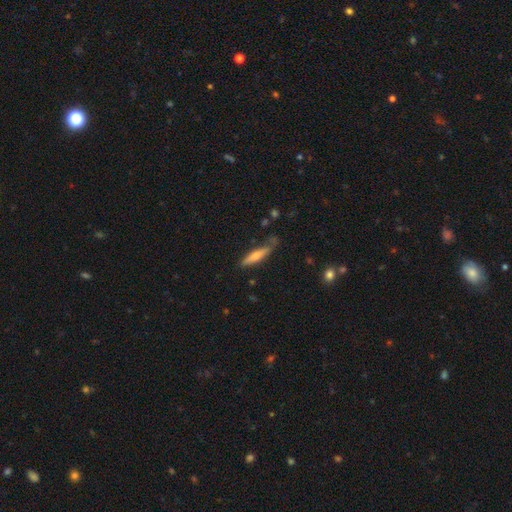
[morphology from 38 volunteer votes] Smooth or featured: smooth — 66% (featured or disk — 34%)
How rounded: cigar-shaped — 76% (in between — 24%)
Merging: none — 66% (minor disturbance — 21%)